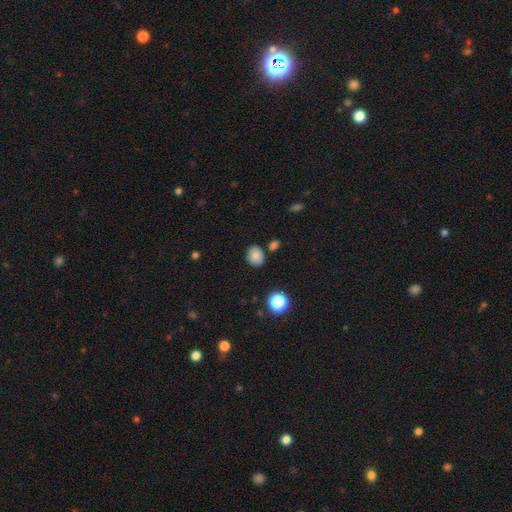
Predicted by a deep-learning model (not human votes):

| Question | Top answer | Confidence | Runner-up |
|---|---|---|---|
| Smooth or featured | smooth | 83% | star or artifact (11%) |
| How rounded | round | 63% | in between (36%) |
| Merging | none | 81% | minor disturbance (11%) |